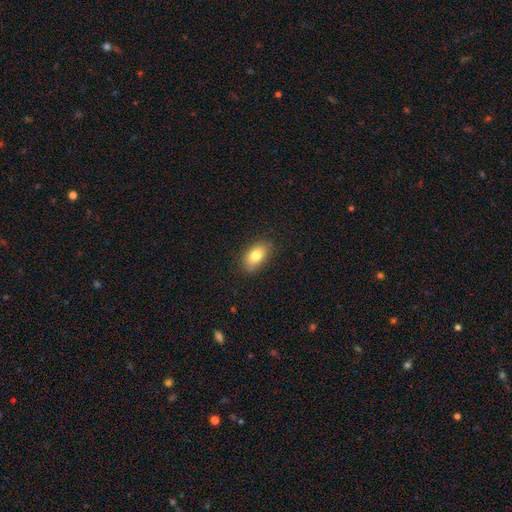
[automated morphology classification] Overall: smooth (81%). How rounded: in between (89%). Merging: none (82%).